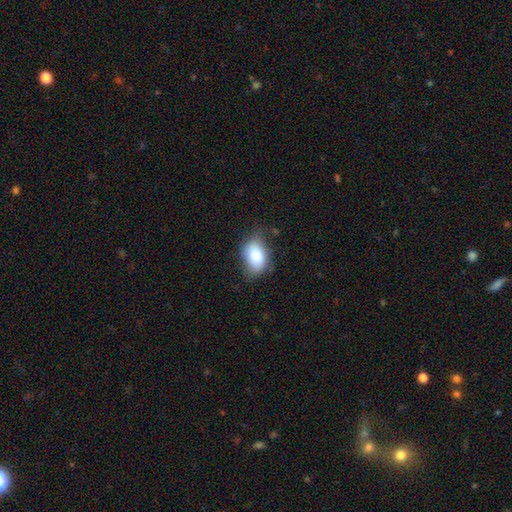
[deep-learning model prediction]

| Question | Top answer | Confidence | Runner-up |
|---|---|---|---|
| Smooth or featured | smooth | 78% | featured or disk (13%) |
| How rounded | in between | 83% | round (16%) |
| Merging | none | 64% | minor disturbance (27%) |